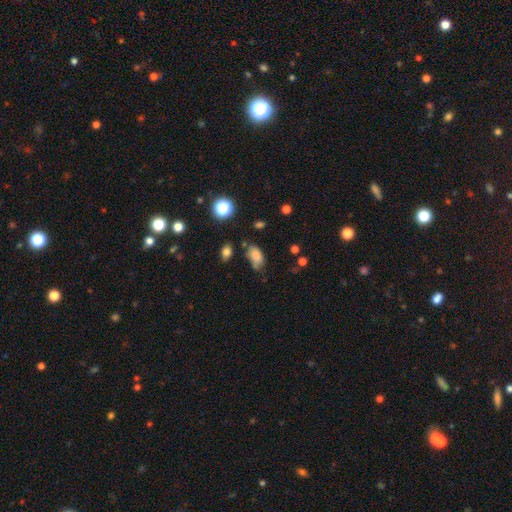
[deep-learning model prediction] Smooth or featured: smooth — 81% (star or artifact — 12%)
How rounded: in between — 90% (round — 8%)
Merging: none — 53% (minor disturbance — 32%)